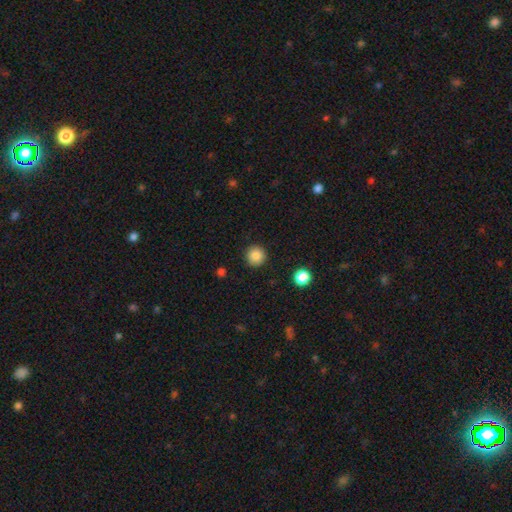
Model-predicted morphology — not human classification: The model was most divided on "smooth or featured": smooth: 86%, star or artifact: 9%, featured or disk: 5%. More confident: how rounded — round (95%); merging — none (91%).